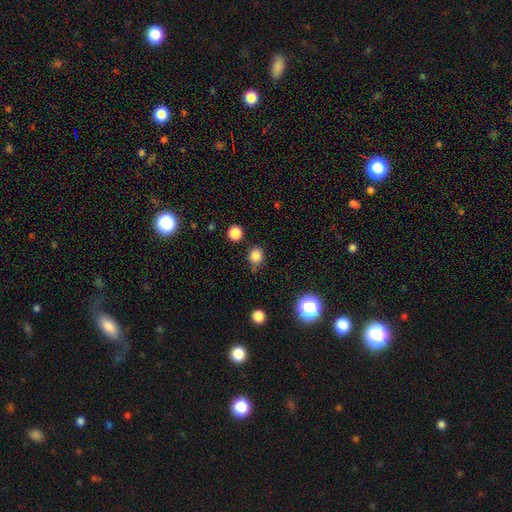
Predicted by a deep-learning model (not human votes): smooth-or-featured: smooth: 83% | star or artifact: 13% | featured or disk: 4%
  how-rounded: round: 82% | in between: 17% | cigar-shaped: 1%
  merging: none: 76% | minor disturbance: 14% | merger: 6% | major disturbance: 4%